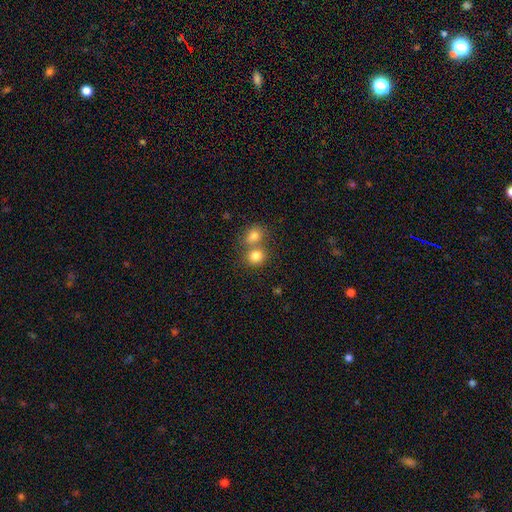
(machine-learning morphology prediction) smooth-or-featured: smooth: 81% | star or artifact: 11% | featured or disk: 8%
  how-rounded: round: 72% | in between: 27% | cigar-shaped: 1%
  merging: merger: 48% | none: 42% | minor disturbance: 7% | major disturbance: 3%